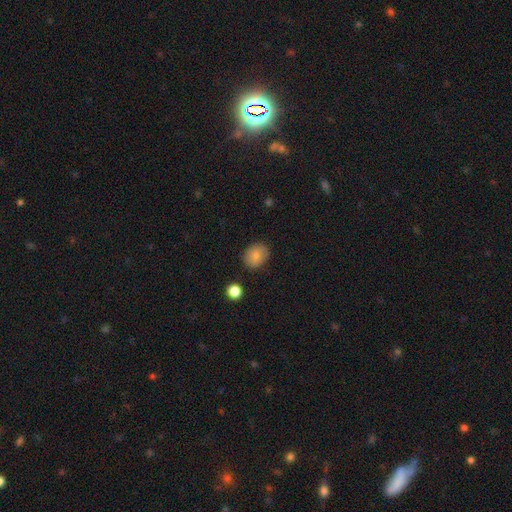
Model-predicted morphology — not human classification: Overall: smooth (82%). How rounded: round (61%; in between 38%). Merging: none (85%).